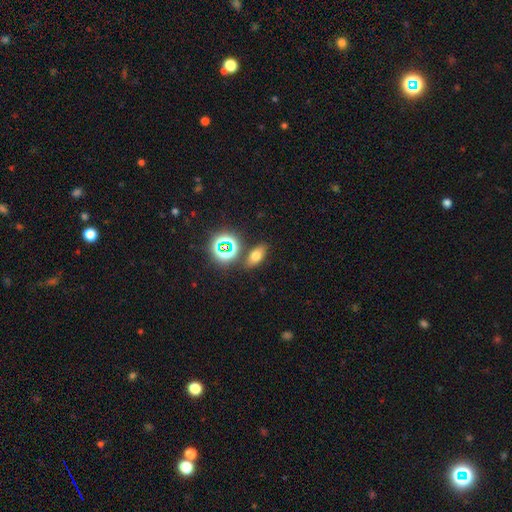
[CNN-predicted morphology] type=smooth (62%); roundness=in between (76%); merging=none (79%).